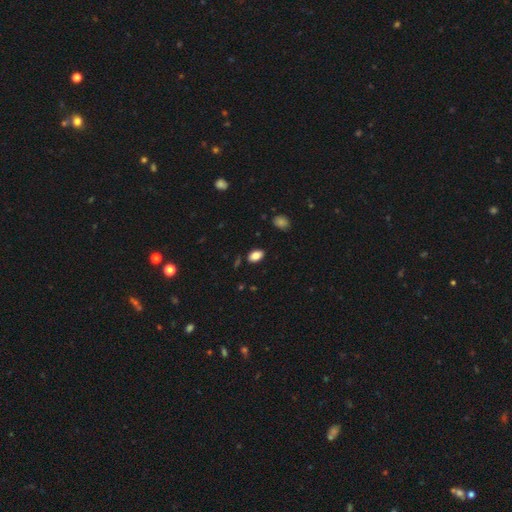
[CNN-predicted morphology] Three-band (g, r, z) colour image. It shows a smooth galaxy with no disk features (85%) that is in between round and cigar-shaped (89%). Merging: none (85%).